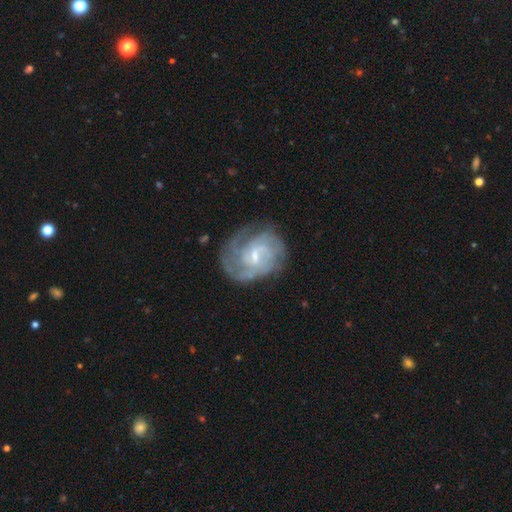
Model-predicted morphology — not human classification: A featured or disk galaxy (84%) with a weak bar (57%), tight (53%) spiral arms (94%) and a small central bulge (59%). Merging: none (65%).